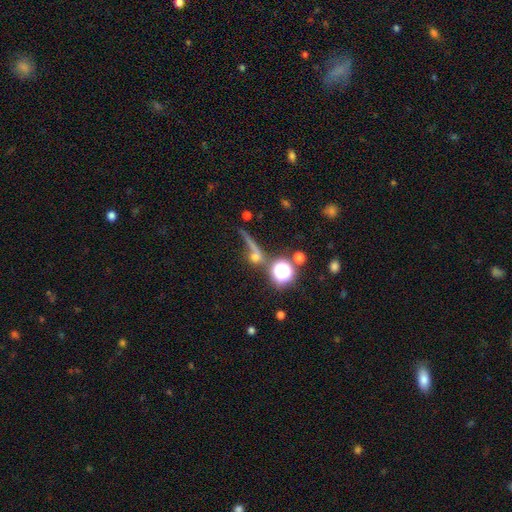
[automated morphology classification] Smooth or featured?
  - smooth: 39% *
  - star or artifact: 35%
  - featured or disk: 26%
Merging?
  - none: 49% *
  - merger: 21%
  - major disturbance: 17%
  - minor disturbance: 13%